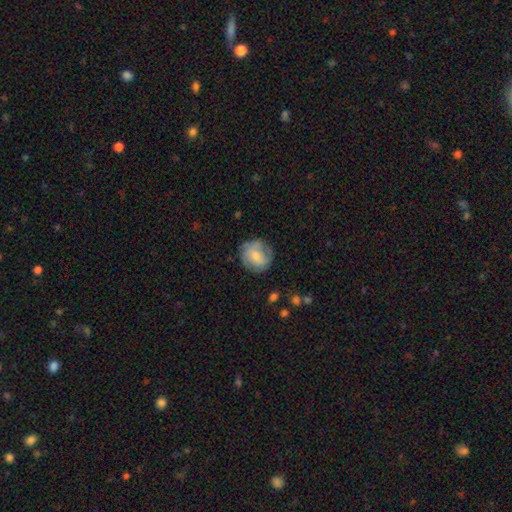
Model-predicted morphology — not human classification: type=smooth (51%); roundness=round (87%); merging=none (73%).